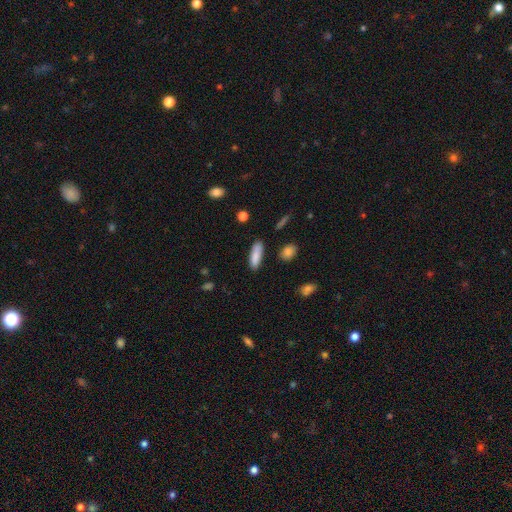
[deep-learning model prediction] smooth 85%, featured or disk 8%, star or artifact 7%. Down the decision tree: how rounded — cigar-shaped (55%); merging — none (84%).